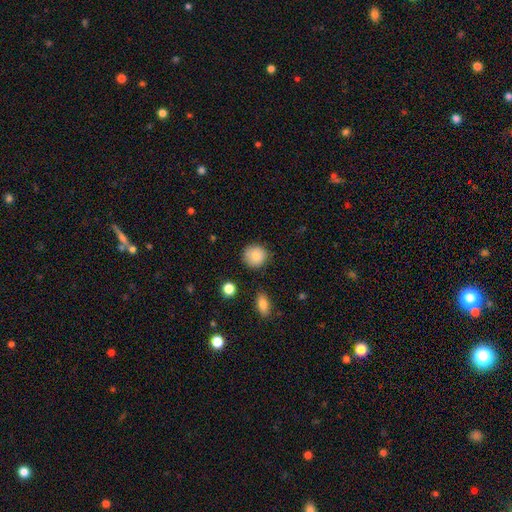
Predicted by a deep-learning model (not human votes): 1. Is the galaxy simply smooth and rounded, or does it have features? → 85% smooth, 8% star or artifact, 7% featured or disk.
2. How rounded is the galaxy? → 91% round, 8% in between, 1% cigar-shaped.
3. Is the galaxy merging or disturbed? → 84% none, 11% minor disturbance, 3% major disturbance, 2% merger.